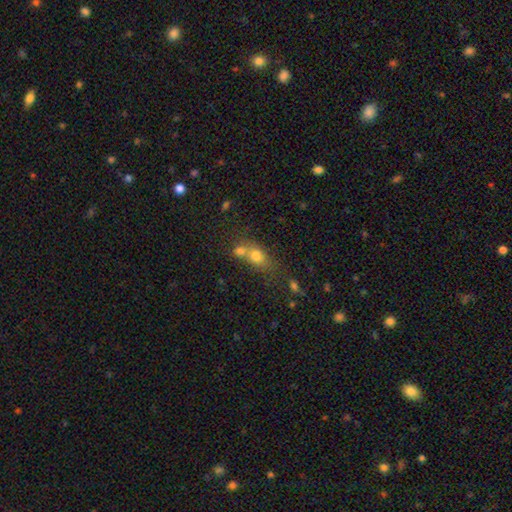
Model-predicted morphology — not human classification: Q: Smooth or featured?
A: smooth (73%); runner-up: featured or disk (15%)
Q: How rounded?
A: in between (56%); runner-up: round (40%)
Q: Merging?
A: merger (58%); runner-up: none (29%)